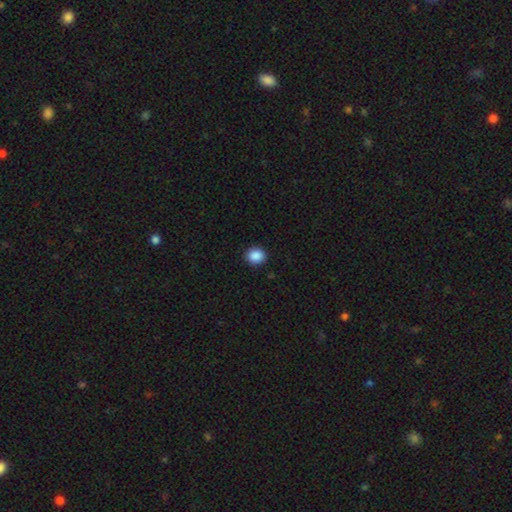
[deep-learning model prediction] smooth 89%, star or artifact 9%, featured or disk 3%. Down the decision tree: how rounded — round (76%); merging — none (90%).